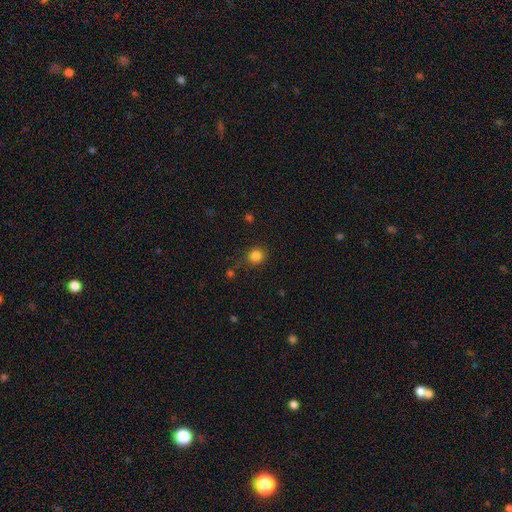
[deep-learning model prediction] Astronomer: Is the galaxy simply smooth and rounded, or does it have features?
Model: smooth — 83%.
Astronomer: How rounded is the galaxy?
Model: round — 88%.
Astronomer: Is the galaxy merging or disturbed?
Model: none — 83%.